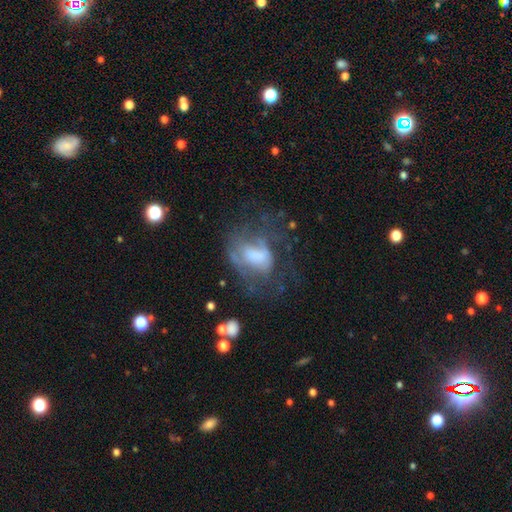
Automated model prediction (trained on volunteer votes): This appears to be a featured or disk galaxy (53%) with no bar (62%), no spiral arms (59%) and a moderate central bulge (28%). Merging: major disturbance (44%).